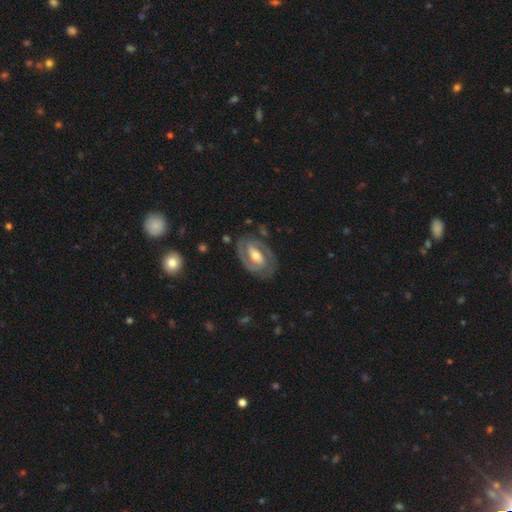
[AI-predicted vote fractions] This appears to be a featured or disk galaxy (86%) with a strong bar (45%), 2 (88%) tight (55%) spiral arms (93%) and a moderate central bulge (60%). Merging: none (80%).